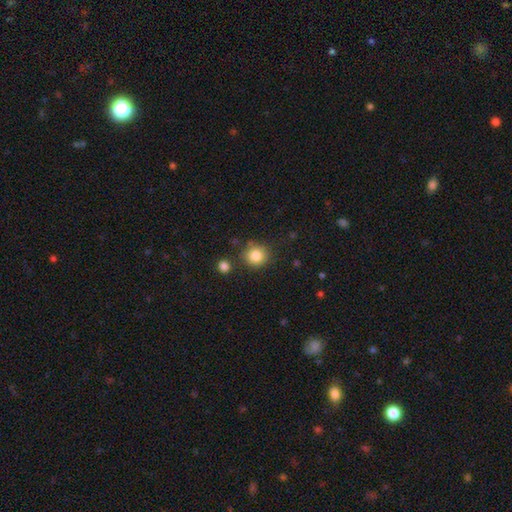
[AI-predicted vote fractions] Smooth or featured?
  - smooth: 84% *
  - star or artifact: 10%
  - featured or disk: 6%
How rounded?
  - round: 89% *
  - in between: 10%
  - cigar-shaped: 1%
Merging?
  - none: 80% *
  - minor disturbance: 10%
  - merger: 7%
  - major disturbance: 3%